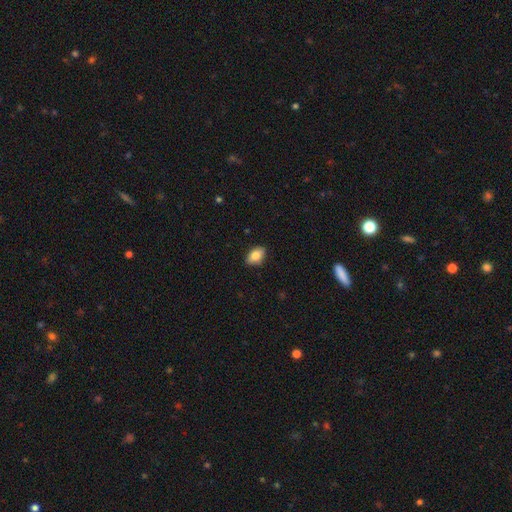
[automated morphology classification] The model was most divided on "smooth or featured": smooth: 80%, featured or disk: 12%, star or artifact: 7%. More confident: how rounded — in between (88%); merging — none (87%).